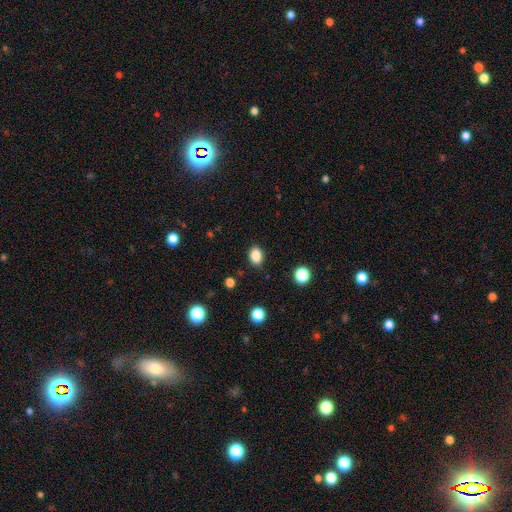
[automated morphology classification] smooth 86%, star or artifact 10%, featured or disk 3%. Down the decision tree: how rounded — in between (68%); merging — none (86%).